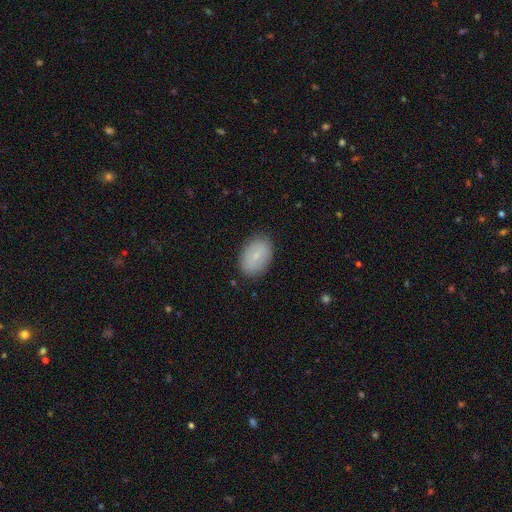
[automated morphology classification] smooth 74%, featured or disk 18%, star or artifact 8%. Down the decision tree: how rounded — in between (88%); merging — none (86%).